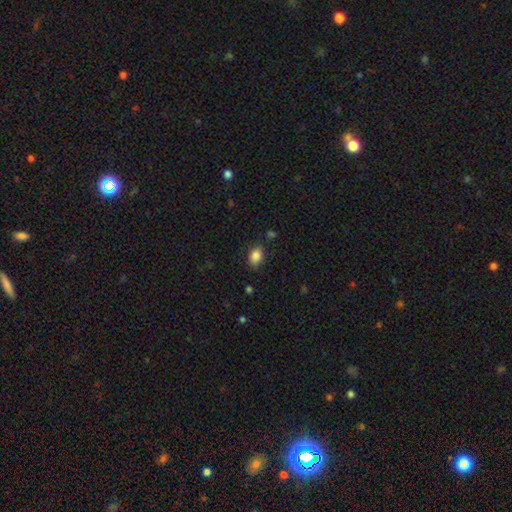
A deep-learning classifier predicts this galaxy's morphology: The model was most divided on "how rounded": in between: 79%, round: 20%, cigar-shaped: 1%. More confident: smooth or featured — smooth (86%); merging — none (79%).